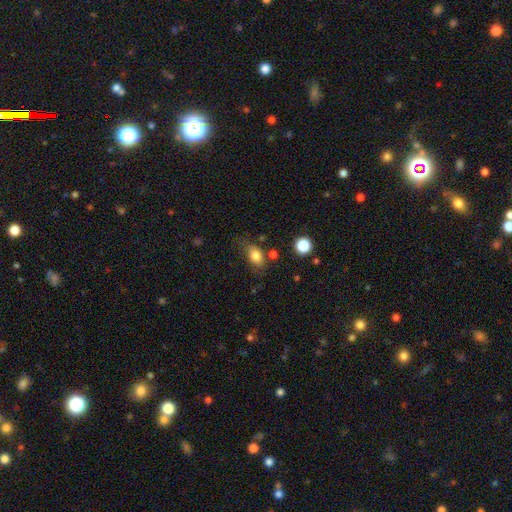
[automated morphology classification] smooth_or_featured: smooth (p=0.81) [alt: star or artifact p=0.10]
how_rounded: in between (p=0.79) [alt: round p=0.18]
merging: none (p=0.63) [alt: minor disturbance p=0.23]